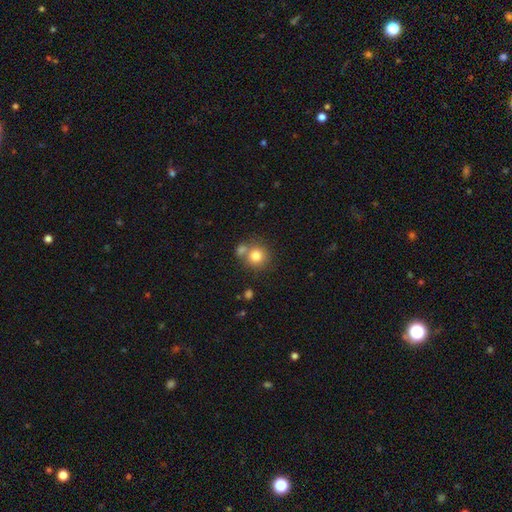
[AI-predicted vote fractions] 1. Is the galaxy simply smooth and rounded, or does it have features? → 79% smooth, 11% star or artifact, 10% featured or disk.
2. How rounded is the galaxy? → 89% round, 10% in between, 1% cigar-shaped.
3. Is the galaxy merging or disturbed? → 59% none, 28% merger, 10% minor disturbance, 4% major disturbance.